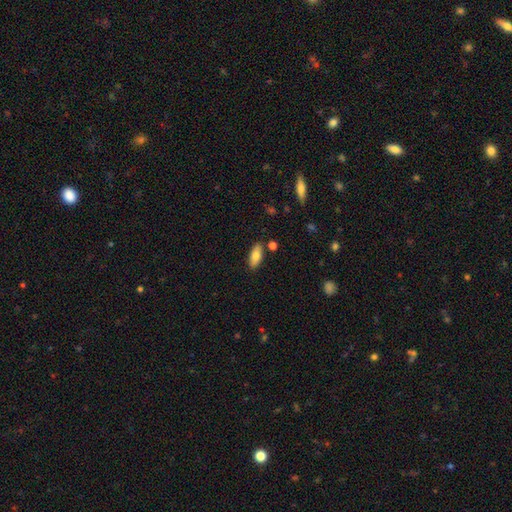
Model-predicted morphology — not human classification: Q: Smooth or featured?
A: smooth (79%); runner-up: featured or disk (14%)
Q: How rounded?
A: in between (82%); runner-up: cigar-shaped (15%)
Q: Merging?
A: none (83%); runner-up: minor disturbance (10%)